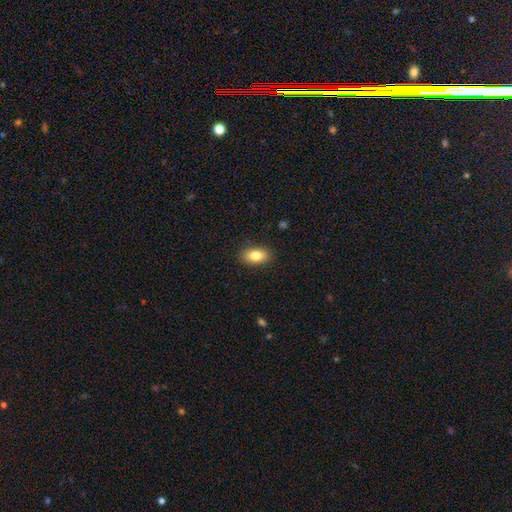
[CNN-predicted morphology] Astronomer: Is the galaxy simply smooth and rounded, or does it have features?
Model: smooth — 82%.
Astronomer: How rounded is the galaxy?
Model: in between — 90%.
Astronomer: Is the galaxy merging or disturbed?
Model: none — 89%.